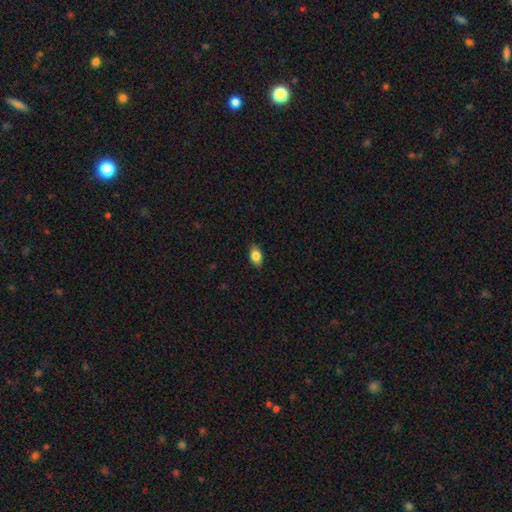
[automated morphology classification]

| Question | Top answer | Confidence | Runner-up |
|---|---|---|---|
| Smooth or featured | smooth | 84% | featured or disk (8%) |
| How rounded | in between | 88% | round (9%) |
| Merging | none | 86% | minor disturbance (11%) |